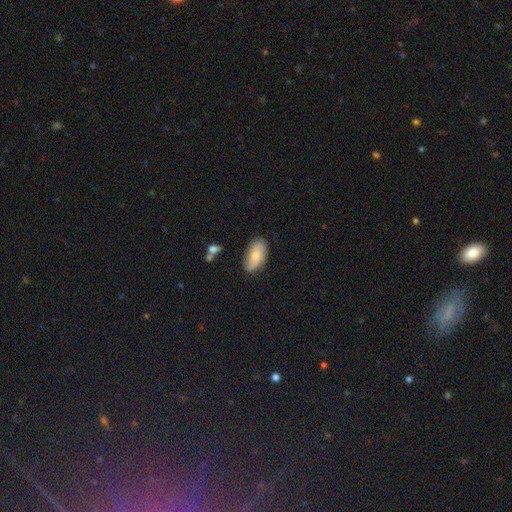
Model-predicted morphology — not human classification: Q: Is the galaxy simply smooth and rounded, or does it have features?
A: smooth — 67%.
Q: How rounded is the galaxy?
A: in between — 93%.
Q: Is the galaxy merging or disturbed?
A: none — 80%.